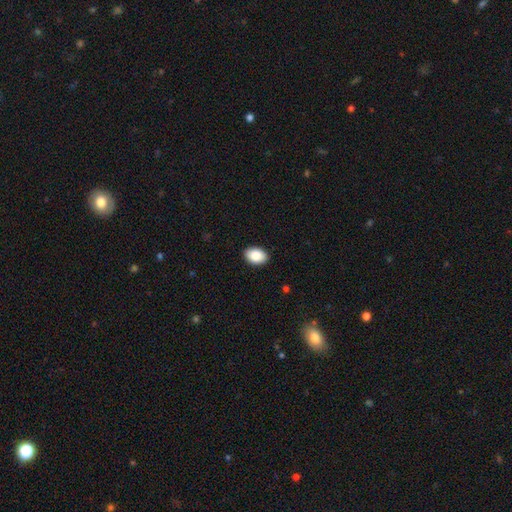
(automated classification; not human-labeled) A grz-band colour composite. It shows a smooth galaxy with no disk features (87%) that is in between round and cigar-shaped (83%). Merging: none (90%).